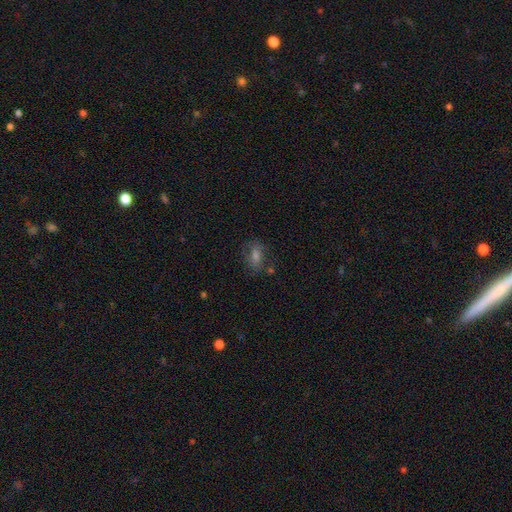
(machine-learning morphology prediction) Smooth or featured? Predicted: smooth (p=0.54). How rounded? Predicted: in between (p=0.70). Merging? Predicted: none (p=0.74).